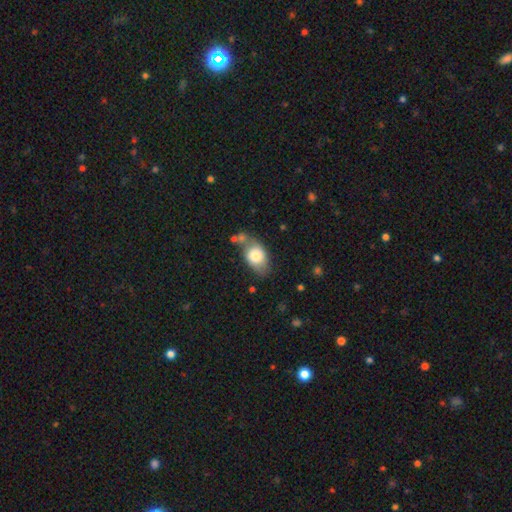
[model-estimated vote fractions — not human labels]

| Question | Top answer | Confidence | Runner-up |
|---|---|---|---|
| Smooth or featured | smooth | 77% | featured or disk (16%) |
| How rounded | in between | 82% | round (17%) |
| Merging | none | 55% | minor disturbance (22%) |